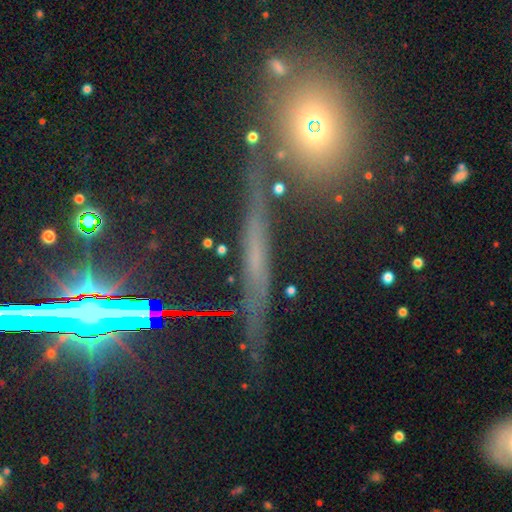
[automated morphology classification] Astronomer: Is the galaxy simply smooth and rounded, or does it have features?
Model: featured or disk — 39%, tied with star or artifact at 39%.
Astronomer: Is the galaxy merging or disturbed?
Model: none — 83%.